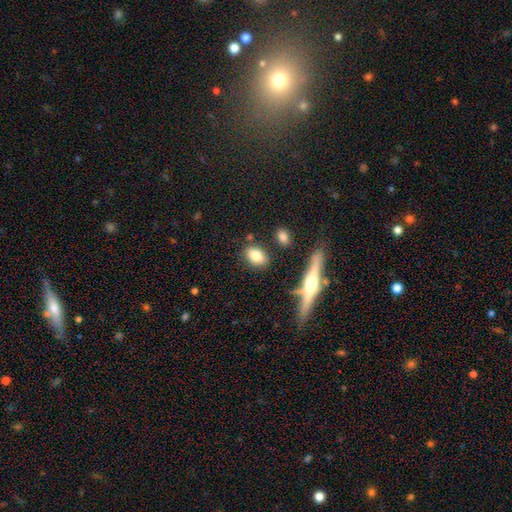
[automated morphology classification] smooth-or-featured: smooth: 79% | featured or disk: 12% | star or artifact: 9%
  how-rounded: in between: 78% | round: 18% | cigar-shaped: 4%
  merging: none: 79% | minor disturbance: 12% | merger: 6% | major disturbance: 4%